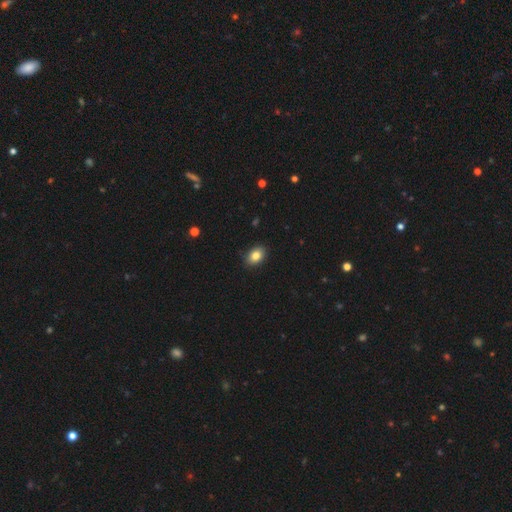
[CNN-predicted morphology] Smooth or featured: smooth — 83% (star or artifact — 9%)
How rounded: in between — 80% (round — 19%)
Merging: none — 88% (minor disturbance — 9%)